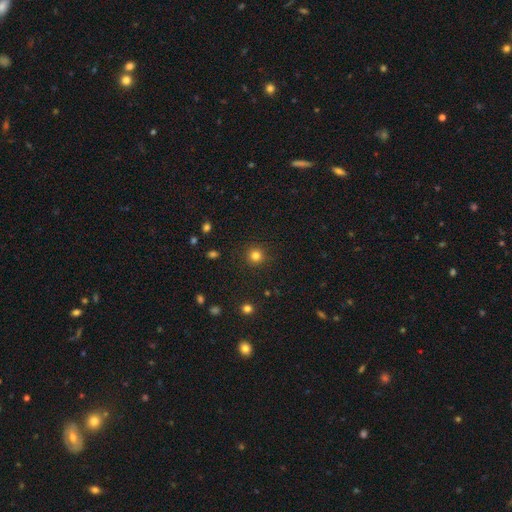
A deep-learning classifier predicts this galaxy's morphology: Overall: smooth (81%). How rounded: round (94%). Merging: none (91%).